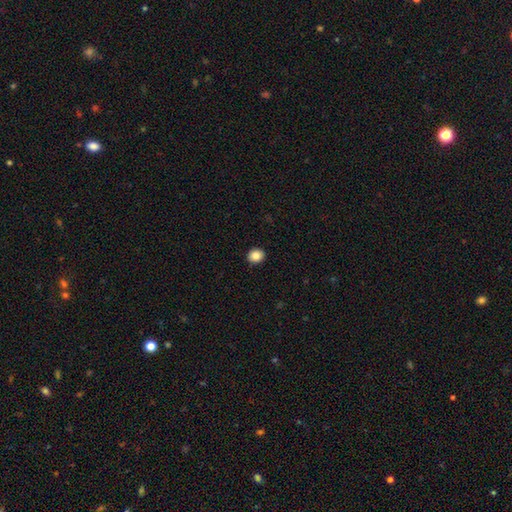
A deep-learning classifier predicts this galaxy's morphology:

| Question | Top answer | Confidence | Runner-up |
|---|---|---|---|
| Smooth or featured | smooth | 86% | star or artifact (9%) |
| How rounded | round | 76% | in between (23%) |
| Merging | none | 92% | minor disturbance (6%) |